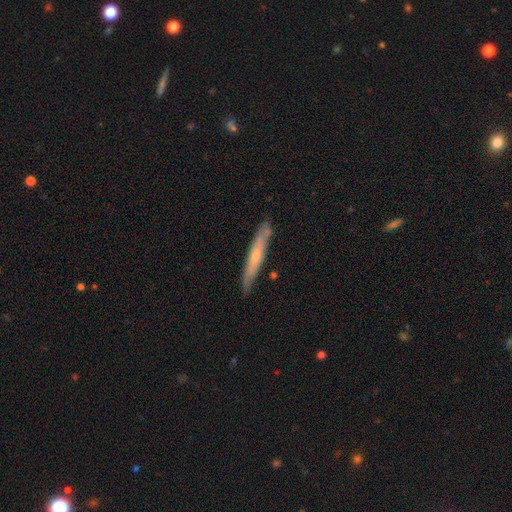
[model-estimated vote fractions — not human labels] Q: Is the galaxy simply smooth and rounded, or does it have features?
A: featured or disk — 54%.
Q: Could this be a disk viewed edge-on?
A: yes — 84%.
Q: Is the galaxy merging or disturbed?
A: none — 84%.